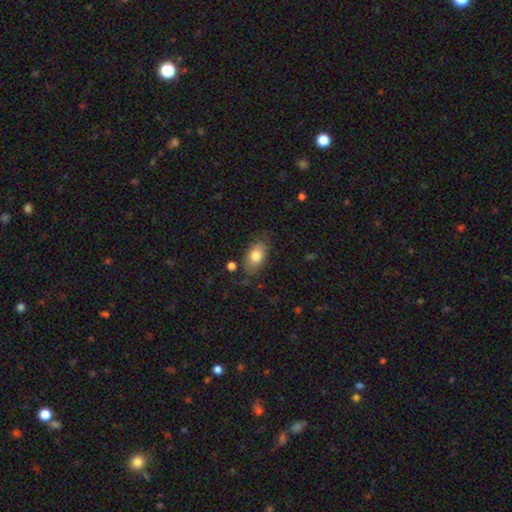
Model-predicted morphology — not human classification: smooth-or-featured: smooth: 78% | featured or disk: 15% | star or artifact: 7%
  how-rounded: in between: 89% | round: 8% | cigar-shaped: 3%
  merging: none: 74% | minor disturbance: 18% | major disturbance: 5% | merger: 3%